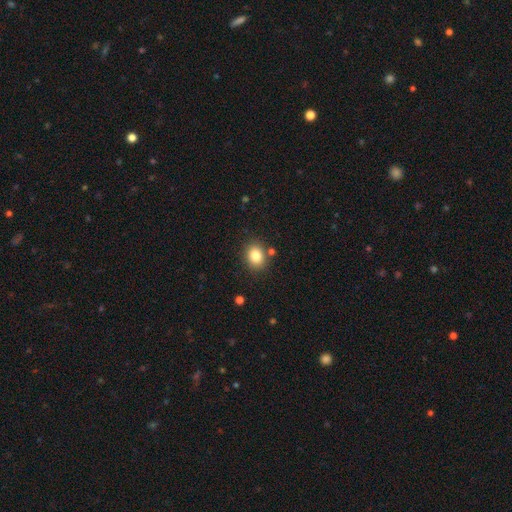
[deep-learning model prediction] smooth 83%, star or artifact 10%, featured or disk 7%. Down the decision tree: how rounded — round (53%); merging — none (82%).